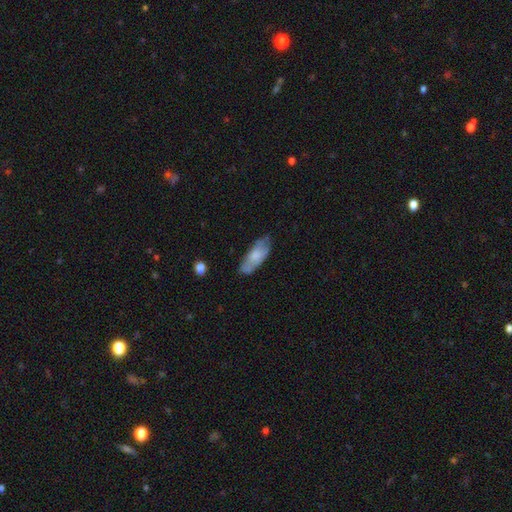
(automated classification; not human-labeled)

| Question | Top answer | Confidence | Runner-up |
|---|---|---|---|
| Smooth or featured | smooth | 65% | featured or disk (28%) |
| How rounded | in between | 75% | cigar-shaped (23%) |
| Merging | none | 67% | minor disturbance (25%) |